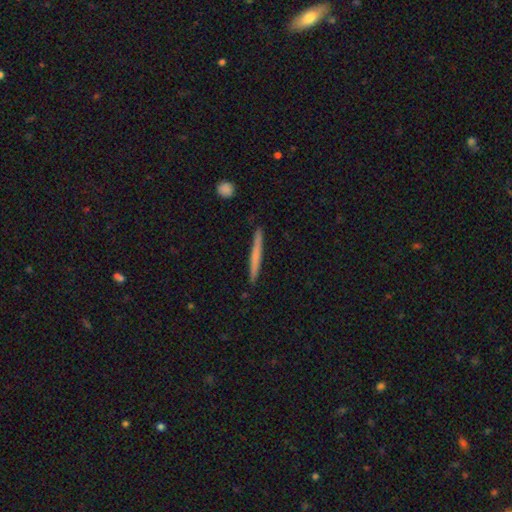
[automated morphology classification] Smooth or featured?
  - smooth: 61% *
  - featured or disk: 34%
  - star or artifact: 6%
How rounded?
  - cigar-shaped: 97% *
  - in between: 2%
  - round: 1%
Merging?
  - none: 91% *
  - minor disturbance: 7%
  - major disturbance: 1%
  - merger: 1%